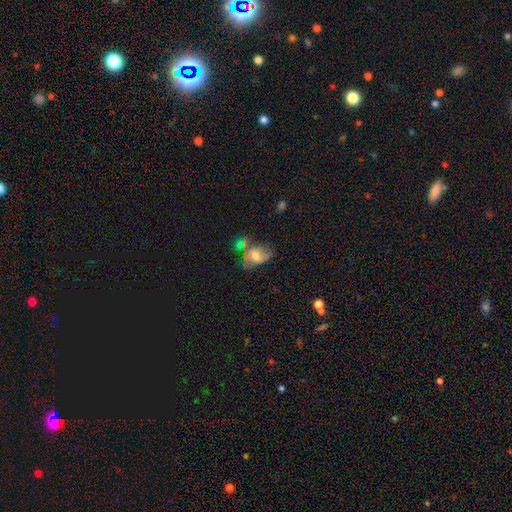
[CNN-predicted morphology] This is possibly a featured or disk galaxy (50%). Merging: marginally none (37%).